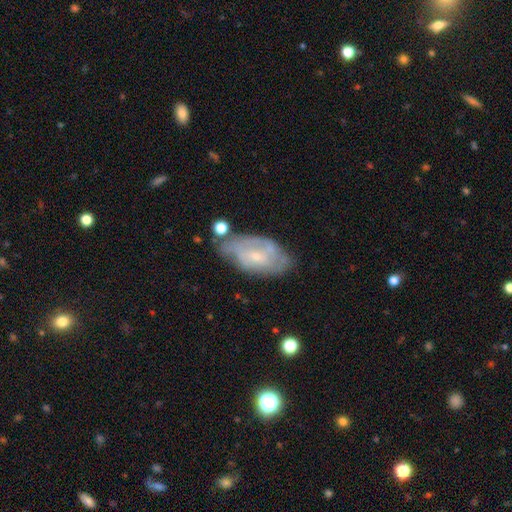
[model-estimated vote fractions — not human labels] Smooth or featured? Predicted: featured or disk (p=0.62). Edge-on disk? Predicted: no (p=0.92). Bar? Predicted: no (p=0.61). Spiral arms? Predicted: yes (p=0.66). Bulge size? Predicted: small (p=0.68). Merging? Predicted: none (p=0.53).